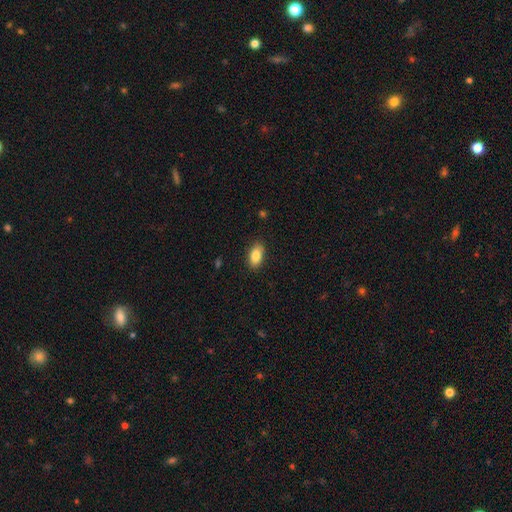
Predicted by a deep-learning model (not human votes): The model was most divided on "smooth or featured": smooth: 85%, featured or disk: 8%, star or artifact: 7%. More confident: how rounded — in between (91%); merging — none (87%).